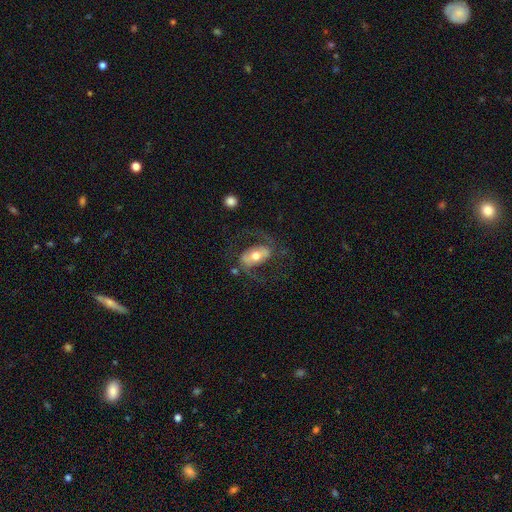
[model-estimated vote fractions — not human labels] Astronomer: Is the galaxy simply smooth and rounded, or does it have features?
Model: featured or disk — 72%.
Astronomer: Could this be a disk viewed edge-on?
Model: no — 94%.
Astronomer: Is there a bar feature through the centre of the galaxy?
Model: strong — 41% (runner-up: weak, 32%).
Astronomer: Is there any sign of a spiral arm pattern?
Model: yes — 82%.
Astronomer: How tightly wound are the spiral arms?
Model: medium — 45% (runner-up: loose, 43%).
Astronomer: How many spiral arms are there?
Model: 2 — 89%.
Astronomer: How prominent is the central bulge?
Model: moderate — 70%.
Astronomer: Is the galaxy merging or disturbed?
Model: none — 62%.